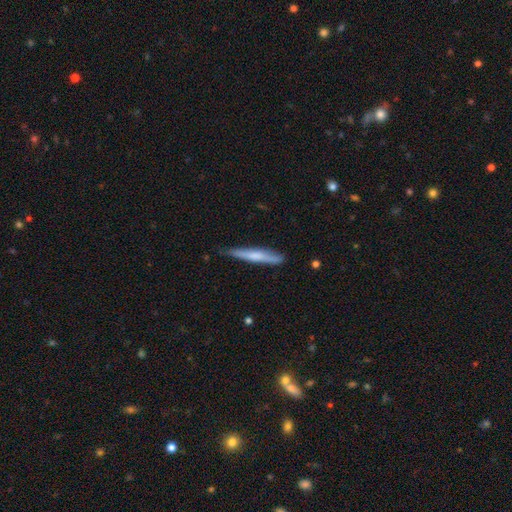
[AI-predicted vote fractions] Morphology: type=smooth (54%); roundness=cigar-shaped (94%); merging=none (78%).